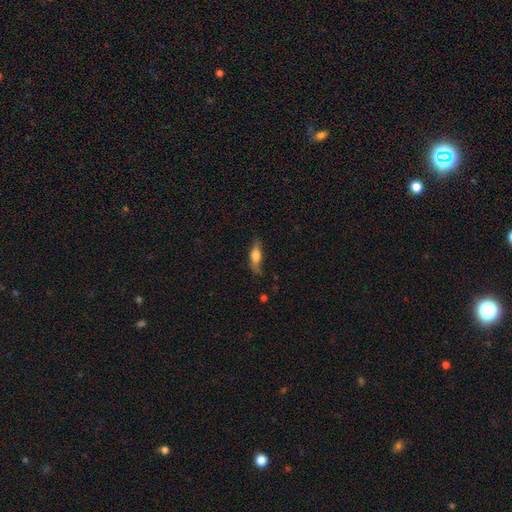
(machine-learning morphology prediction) This appears to be a smooth galaxy with no disk features (57%) that is cigar-shaped (50%). Merging: none (65%).